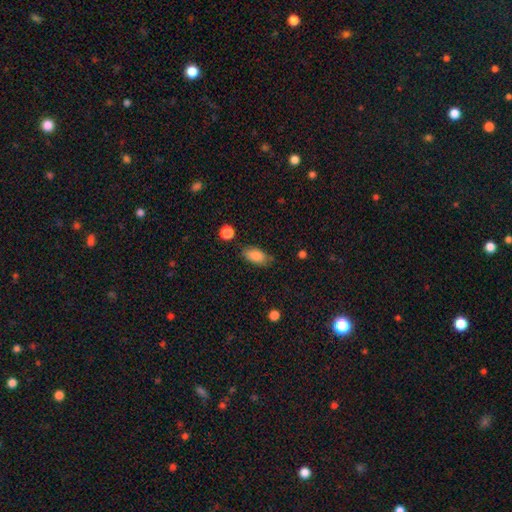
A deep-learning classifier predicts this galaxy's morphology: type=smooth (86%); roundness=in between (90%); merging=none (76%).